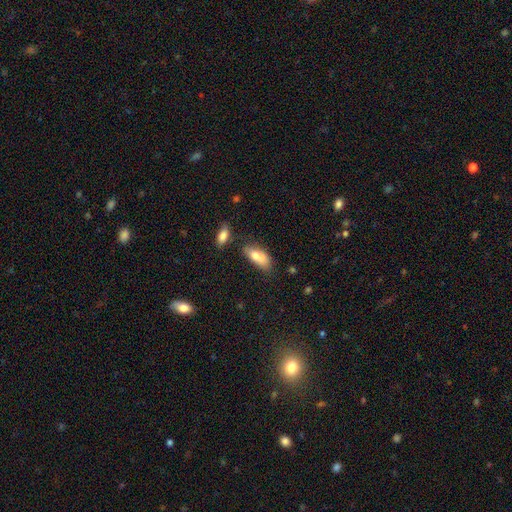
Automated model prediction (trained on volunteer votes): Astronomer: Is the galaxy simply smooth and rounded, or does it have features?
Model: smooth — 75%.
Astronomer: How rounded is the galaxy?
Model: in between — 83%.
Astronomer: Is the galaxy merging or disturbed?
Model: none — 49% (runner-up: minor disturbance, 27%).